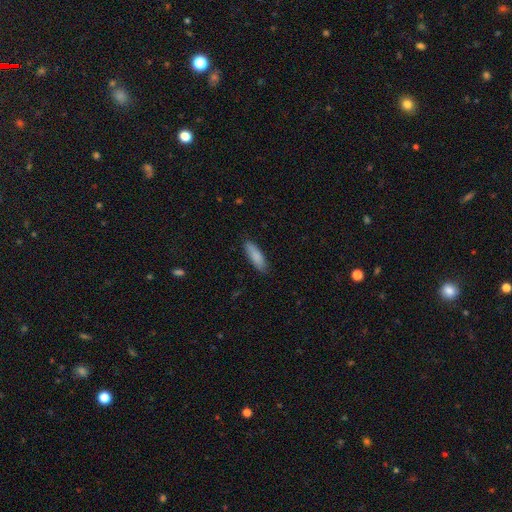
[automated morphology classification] Smooth or featured? smooth (87%)
How rounded? in between (50%)
Merging? none (85%)